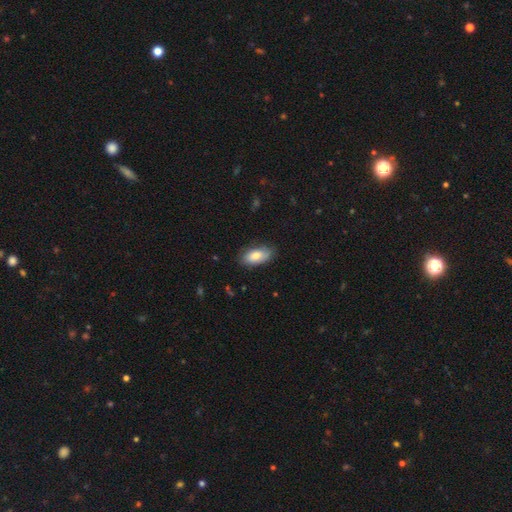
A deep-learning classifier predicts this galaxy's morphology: smooth_or_featured: smooth (p=0.80) [alt: featured or disk p=0.14]
how_rounded: in between (p=0.92) [alt: cigar-shaped p=0.05]
merging: none (p=0.79) [alt: minor disturbance p=0.17]